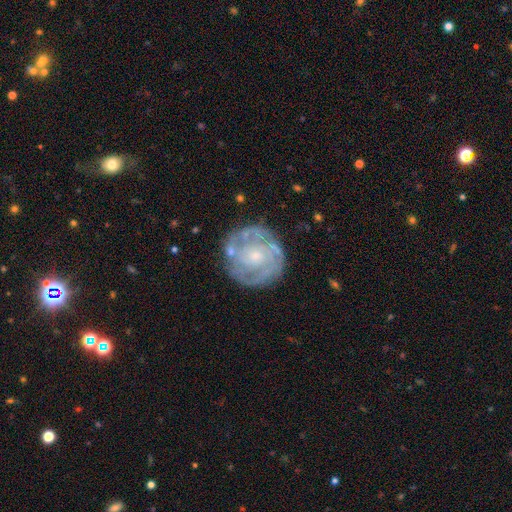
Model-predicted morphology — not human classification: Smooth or featured? Predicted: featured or disk (p=0.77). Edge-on disk? Predicted: no (p=0.97). Bar? Predicted: no (p=0.79). Spiral arms? Predicted: yes (p=0.78). Spiral winding? Predicted: tight (p=0.70). Spiral arm count? Predicted: can't tell (p=0.45). Bulge size? Predicted: small (p=0.62). Merging? Predicted: none (p=0.77).